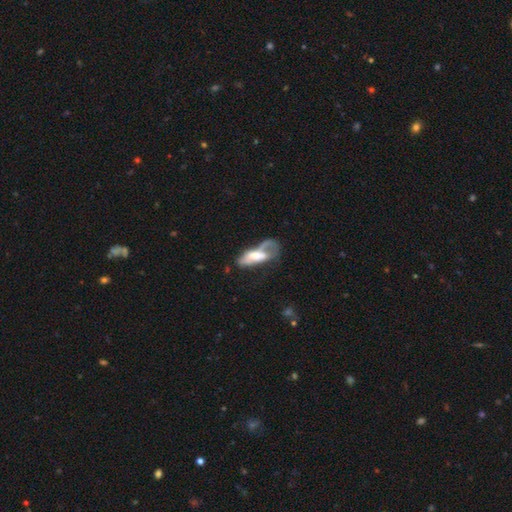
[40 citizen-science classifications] This is possibly a smooth galaxy (48%). How rounded: likely in between (74%). Merging: possibly major disturbance (57%).